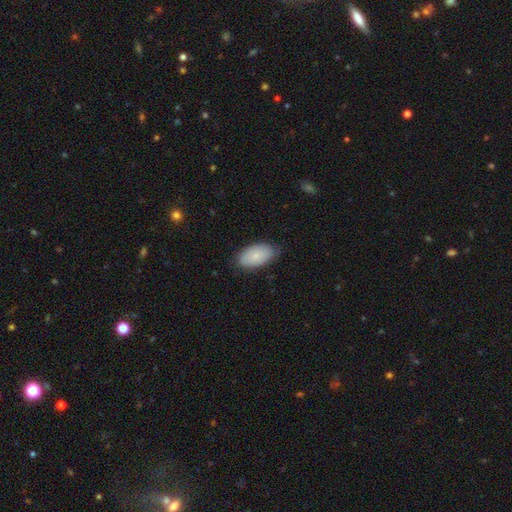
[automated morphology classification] This appears to be a smooth galaxy with no disk features (82%) that is in between round and cigar-shaped (95%). Merging: none (76%).